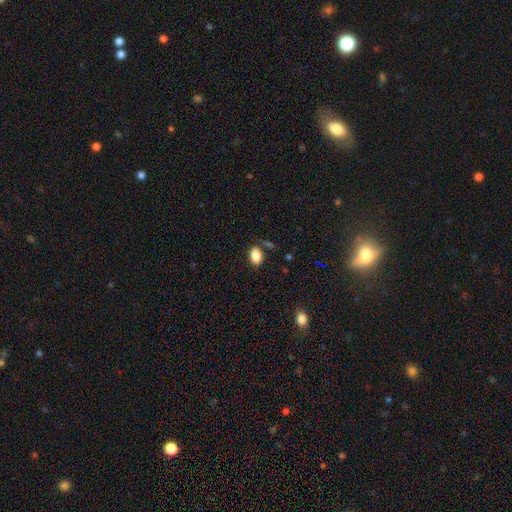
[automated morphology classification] Smooth or featured? Predicted: smooth (p=0.86). How rounded? Predicted: in between (p=0.87). Merging? Predicted: none (p=0.79).